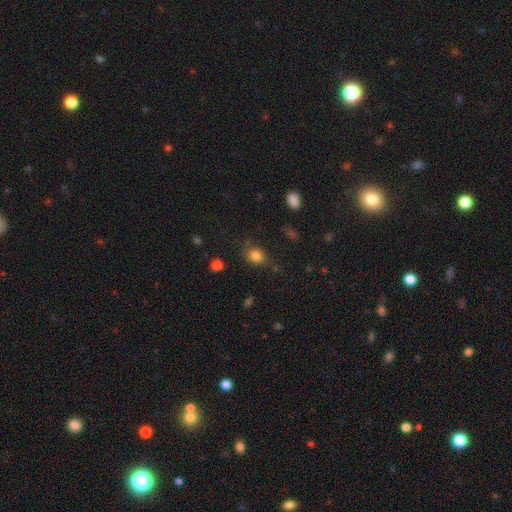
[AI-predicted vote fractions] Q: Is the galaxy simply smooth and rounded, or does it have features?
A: smooth — 81%.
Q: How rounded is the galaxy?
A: round — 67%.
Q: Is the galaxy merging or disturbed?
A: none — 67%.